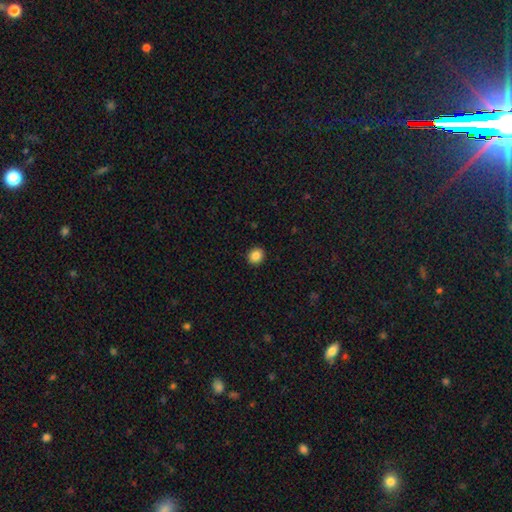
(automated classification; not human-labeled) This is clearly a smooth galaxy (86%). How rounded: clearly round (82%). Merging: clearly none (92%).